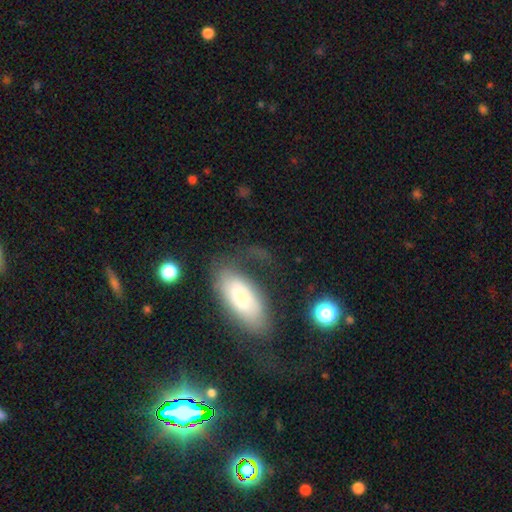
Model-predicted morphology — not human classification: smooth-or-featured: smooth: 53% | featured or disk: 33% | star or artifact: 14%
  how-rounded: in between: 82% | cigar-shaped: 13% | round: 4%
  merging: none: 48% | major disturbance: 24% | minor disturbance: 24% | merger: 4%